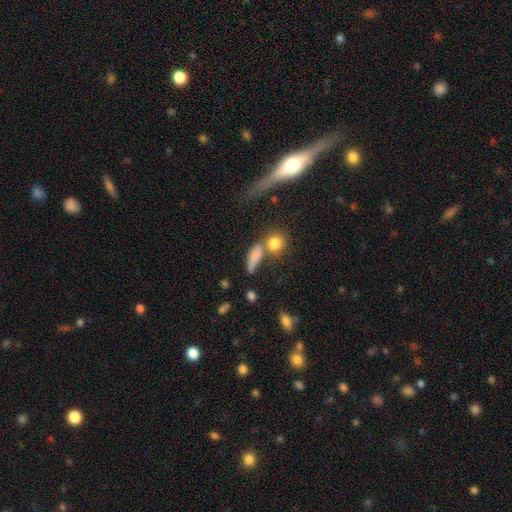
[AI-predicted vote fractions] smooth_or_featured: smooth (p=0.70) [alt: featured or disk p=0.18]
how_rounded: in between (p=0.50) [alt: cigar-shaped p=0.38]
merging: none (p=0.37) [alt: merger p=0.34]